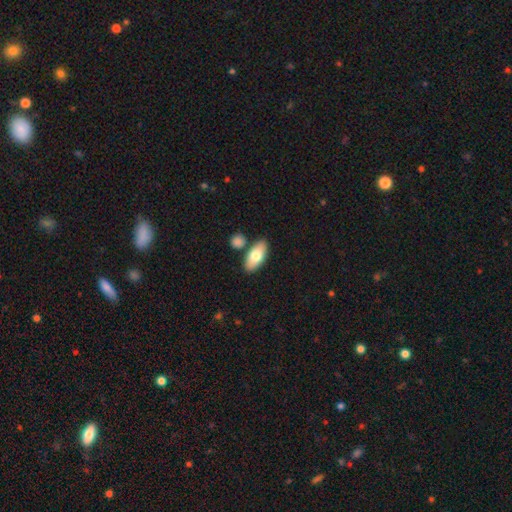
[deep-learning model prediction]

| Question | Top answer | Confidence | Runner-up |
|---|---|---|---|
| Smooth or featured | smooth | 75% | featured or disk (19%) |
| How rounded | in between | 89% | cigar-shaped (8%) |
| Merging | none | 79% | merger (10%) |